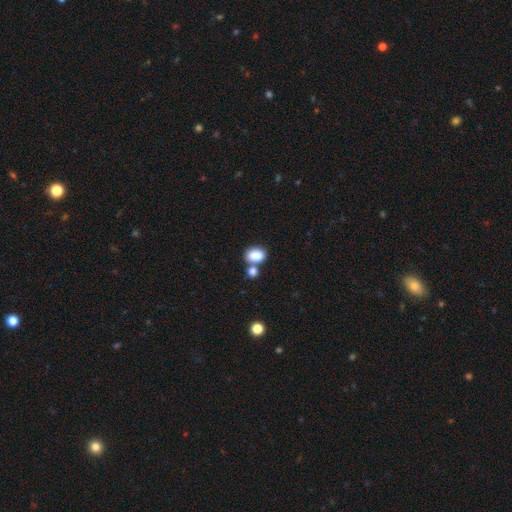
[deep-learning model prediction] Overall: smooth (85%). How rounded: in between (70%). Merging: none (50%; merger 36%).